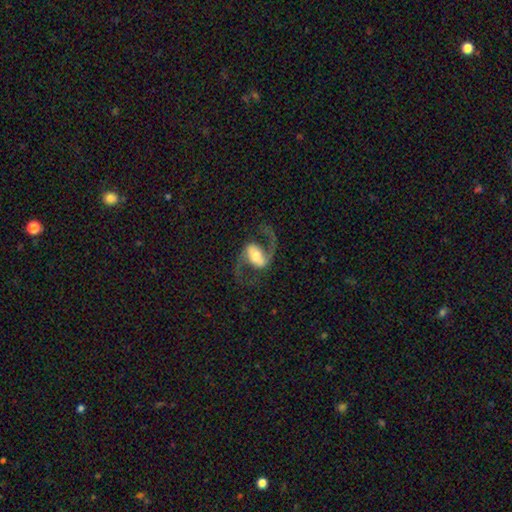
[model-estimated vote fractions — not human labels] A featured or disk galaxy (89%) with a strong bar (42%), 2 (94%) loose (54%) spiral arms (97%) and a moderate central bulge (49%).

Vote fractions:
- Smooth or featured? featured or disk: 89% / smooth: 6% / star or artifact: 5%
- Edge-on disk? no: 97% / yes: 3%
- Bar? strong: 42% / weak: 39% / no: 19%
- Spiral arms? yes: 97% / no: 3%
- Spiral winding? loose: 54% / medium: 40% / tight: 6%
- Spiral arm count? 2: 94% / 1: 2% / can't tell: 1% / 3: 1% / 4: 1% / more than 4: 1%
- Bulge size? moderate: 49% / small: 24% / large: 20% / none: 4% / dominant: 3%
- Merging? none: 78% / major disturbance: 10% / minor disturbance: 10% / merger: 2%